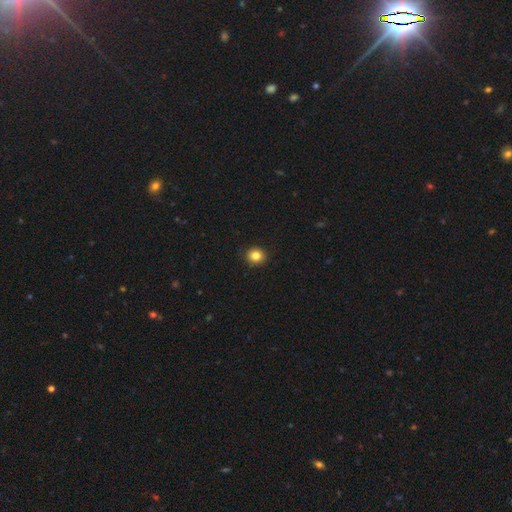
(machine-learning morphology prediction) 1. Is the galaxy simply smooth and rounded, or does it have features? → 84% smooth, 11% star or artifact, 5% featured or disk.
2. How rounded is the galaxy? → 89% round, 10% in between, 1% cigar-shaped.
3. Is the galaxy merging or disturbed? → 92% none, 5% minor disturbance, 2% major disturbance, 1% merger.